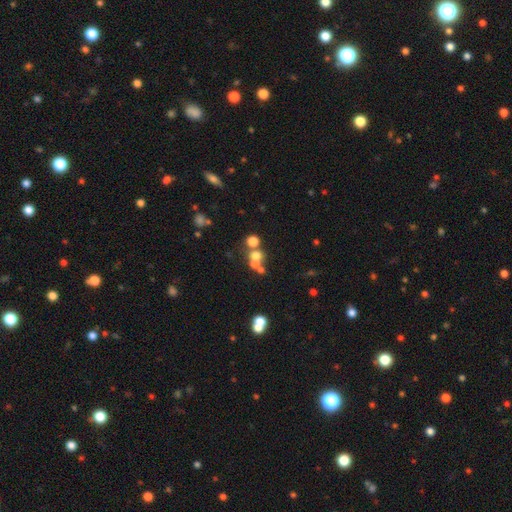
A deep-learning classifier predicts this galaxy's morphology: A smooth galaxy with no disk features (57%) that is round (80%). Merging: merger (45%).